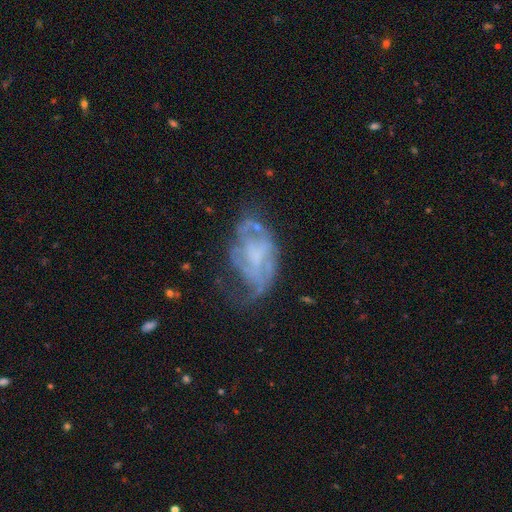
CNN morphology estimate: Smooth or featured?
  - featured or disk: 71% *
  - smooth: 20%
  - star or artifact: 9%
Edge-on disk?
  - no: 96% *
  - yes: 4%
Bar?
  - no: 63% *
  - weak: 30%
  - strong: 7%
Spiral arms?
  - yes: 64% *
  - no: 36%
Bulge size?
  - none: 50% *
  - small: 25%
  - moderate: 19%
  - large: 5%
  - dominant: 1%
Merging?
  - none: 37% *
  - major disturbance: 32%
  - minor disturbance: 27%
  - merger: 4%